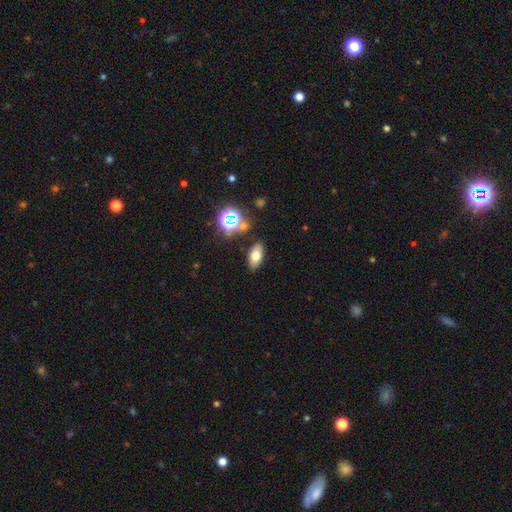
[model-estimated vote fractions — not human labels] Smooth or featured: smooth — 68% (featured or disk — 17%)
How rounded: in between — 85% (cigar-shaped — 8%)
Merging: none — 83% (minor disturbance — 10%)